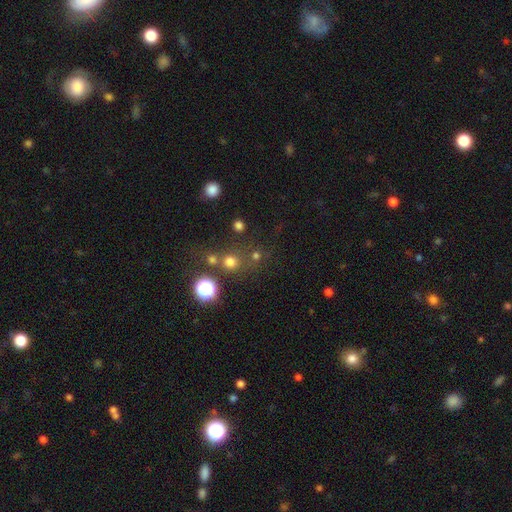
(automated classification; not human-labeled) This appears to be a star or artifact, not a galaxy (49%).